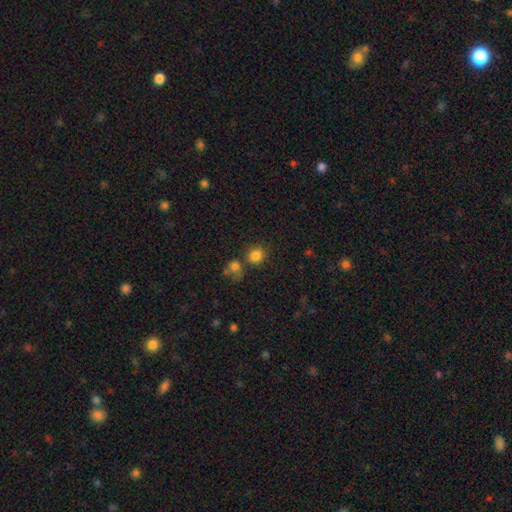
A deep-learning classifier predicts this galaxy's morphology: A smooth galaxy with no disk features (82%) that is round (81%). Merging: none (66%).